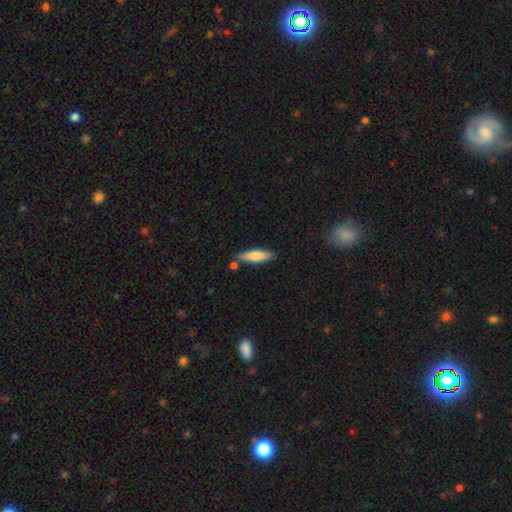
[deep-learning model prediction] smooth 77%, featured or disk 18%, star or artifact 6%. Down the decision tree: how rounded — cigar-shaped (60%); merging — none (76%).